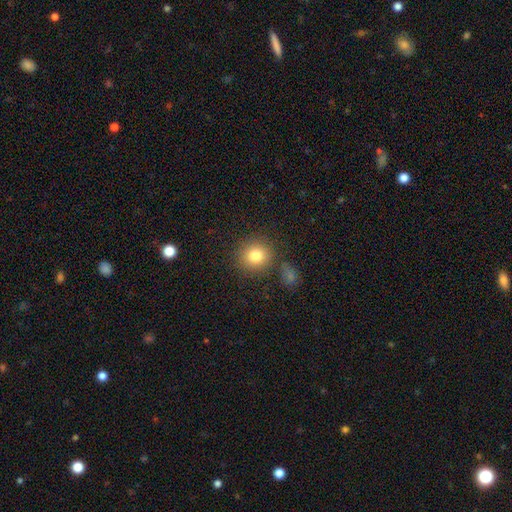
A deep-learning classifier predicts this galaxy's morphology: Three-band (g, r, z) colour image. It shows a smooth galaxy with no disk features (82%) that is round (88%). Merging: none (79%).